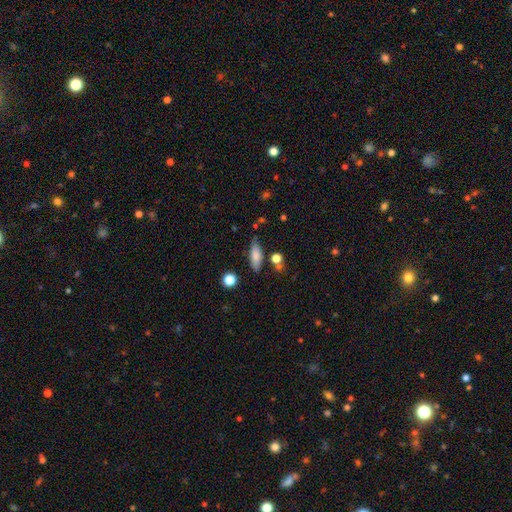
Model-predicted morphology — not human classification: type=smooth (78%); roundness=in between (61%); merging=none (72%).